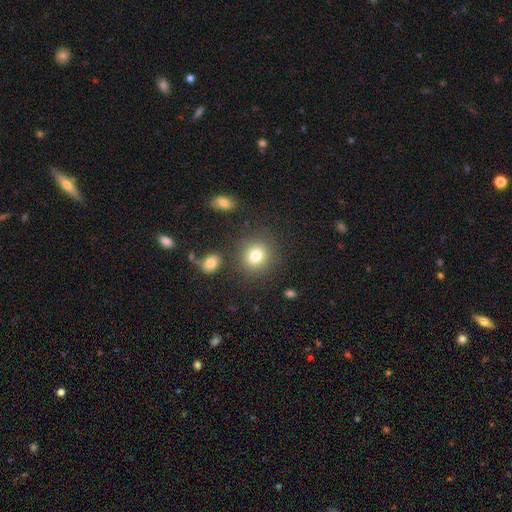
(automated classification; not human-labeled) This appears to be a smooth galaxy with no disk features (81%) that is round (81%). Merging: none (82%).